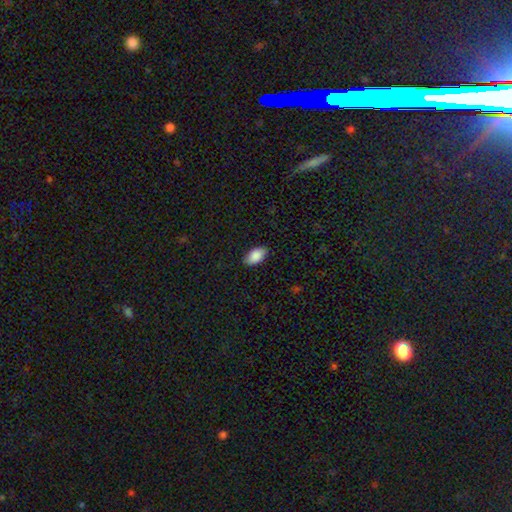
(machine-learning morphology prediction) Q: Smooth or featured?
A: smooth (89%); runner-up: star or artifact (6%)
Q: How rounded?
A: in between (95%); runner-up: round (3%)
Q: Merging?
A: none (87%); runner-up: minor disturbance (10%)